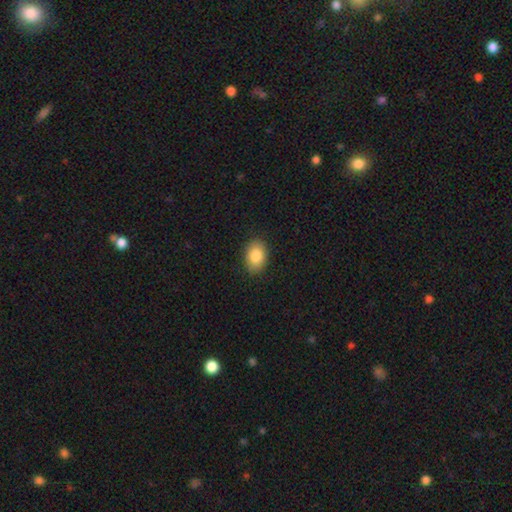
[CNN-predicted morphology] smooth-or-featured: smooth: 85% | star or artifact: 8% | featured or disk: 7%
  how-rounded: in between: 82% | round: 17% | cigar-shaped: 1%
  merging: none: 88% | minor disturbance: 9% | major disturbance: 2% | merger: 1%